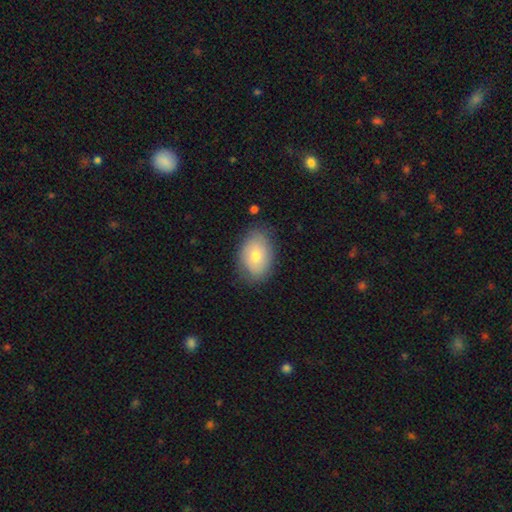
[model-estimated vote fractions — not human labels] Smooth or featured? smooth (72%)
How rounded? in between (84%)
Merging? none (79%)